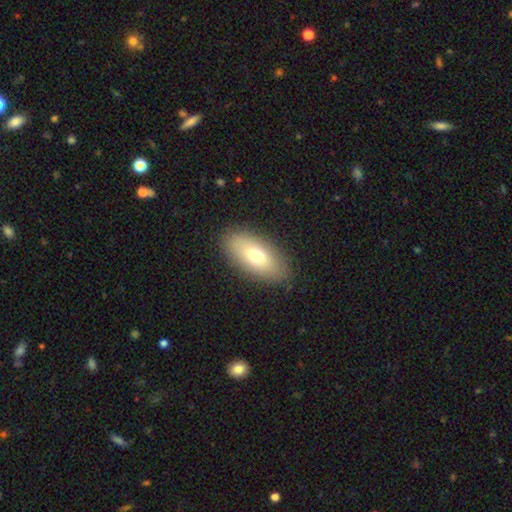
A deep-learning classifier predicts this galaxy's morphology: Smooth or featured? Predicted: smooth (p=0.72). How rounded? Predicted: in between (p=0.88). Merging? Predicted: none (p=0.87).